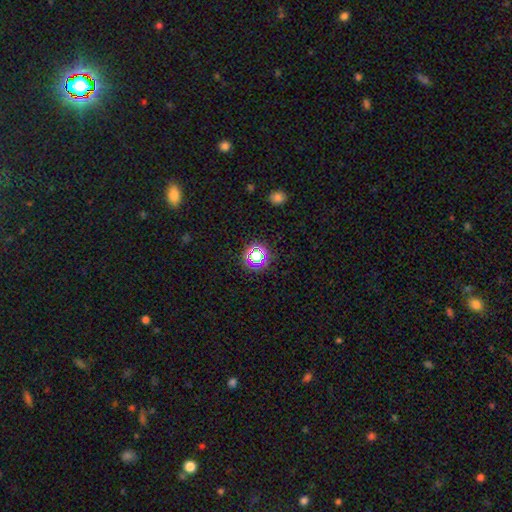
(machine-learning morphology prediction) This is likely a star or artifact rather than a galaxy (61%).